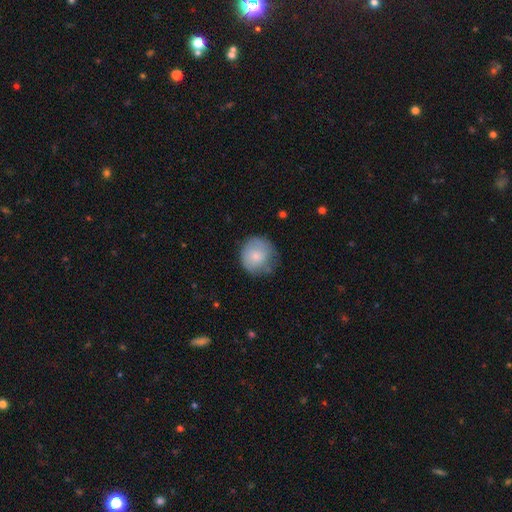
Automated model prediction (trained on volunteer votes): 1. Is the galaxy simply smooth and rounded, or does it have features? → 74% smooth, 20% featured or disk, 7% star or artifact.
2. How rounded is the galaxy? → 87% round, 12% in between, 1% cigar-shaped.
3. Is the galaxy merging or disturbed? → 62% none, 28% minor disturbance, 9% major disturbance, 2% merger.